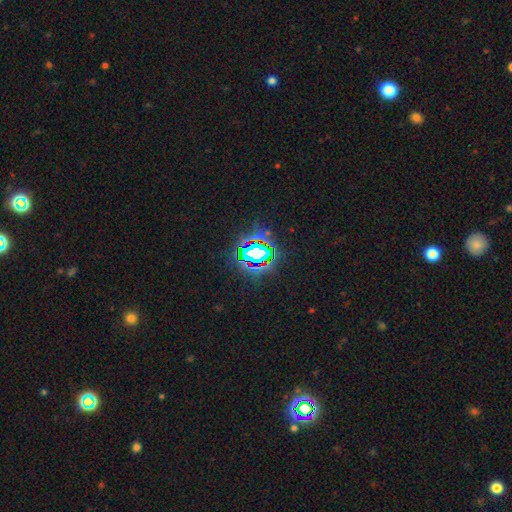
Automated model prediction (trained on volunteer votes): Smooth or featured? star or artifact (74%)